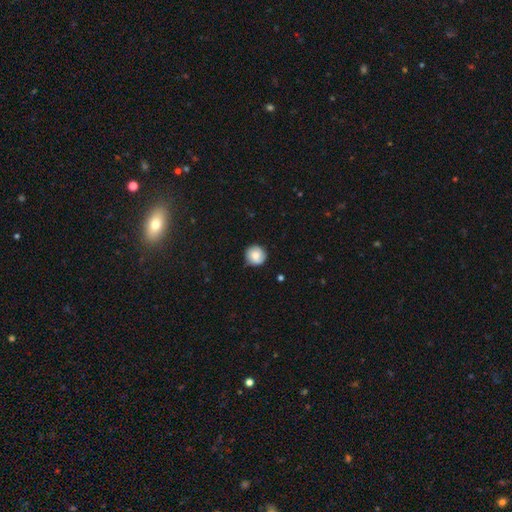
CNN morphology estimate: This is likely a smooth galaxy (75%). How rounded: clearly round (94%). Merging: clearly none (83%).